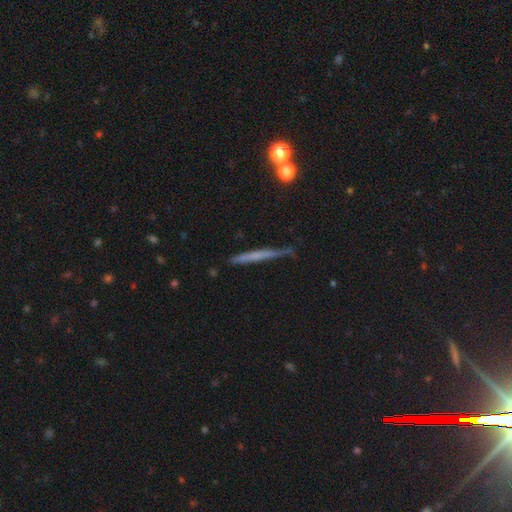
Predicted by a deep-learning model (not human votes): smooth 49%, featured or disk 43%, star or artifact 8%. Down the decision tree: merging — none (78%).